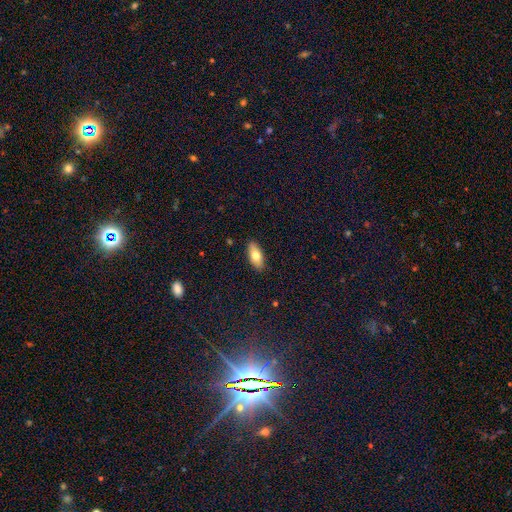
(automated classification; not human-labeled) smooth 74%, featured or disk 20%, star or artifact 7%. Down the decision tree: how rounded — in between (85%); merging — none (89%).